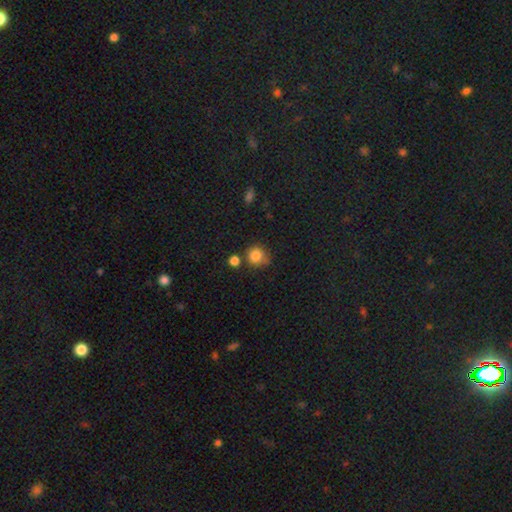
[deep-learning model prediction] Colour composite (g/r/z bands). It shows a smooth galaxy with no disk features (84%) that is round (88%). Merging: none (66%).